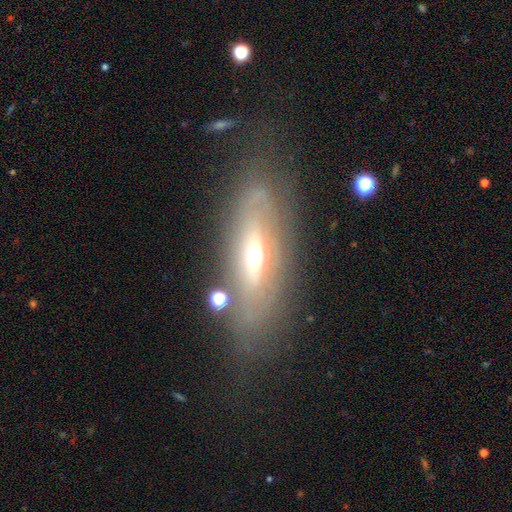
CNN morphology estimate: The model was most divided on "edge-on disk": no: 61%, yes: 39%. More confident: merging — none (69%); smooth or featured — featured or disk (68%).